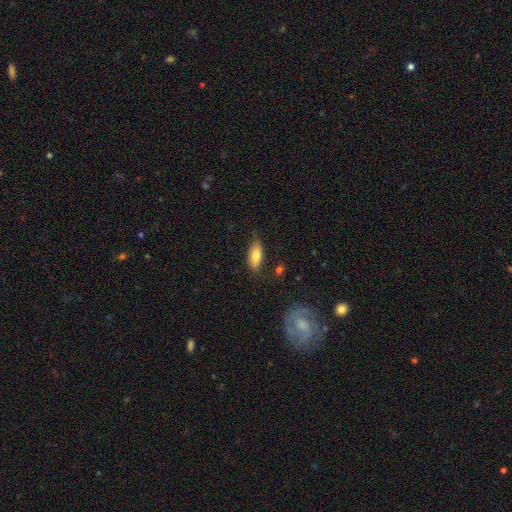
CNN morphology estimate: smooth_or_featured: smooth (p=0.78) [alt: featured or disk p=0.15]
how_rounded: in between (p=0.82) [alt: cigar-shaped p=0.15]
merging: none (p=0.70) [alt: minor disturbance p=0.22]